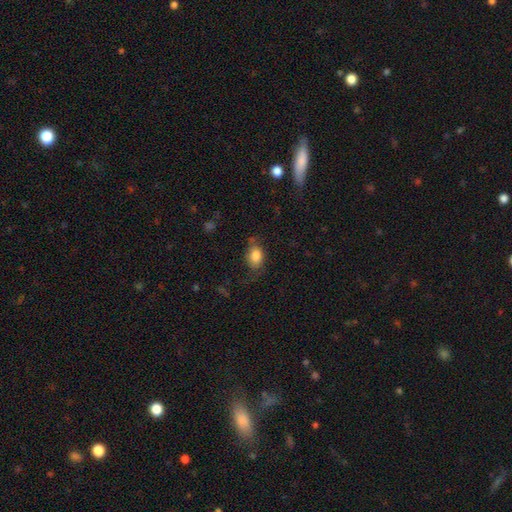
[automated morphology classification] type=smooth (81%); roundness=in between (80%); merging=none (59%).